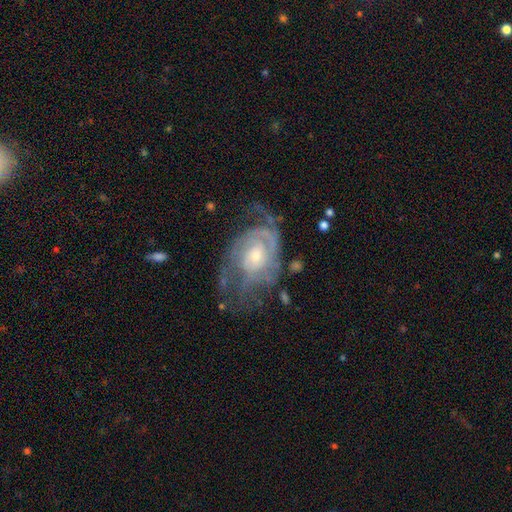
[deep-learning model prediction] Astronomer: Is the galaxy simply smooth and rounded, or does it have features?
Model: featured or disk — 83%.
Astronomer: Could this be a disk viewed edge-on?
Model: no — 96%.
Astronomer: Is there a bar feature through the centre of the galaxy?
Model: no — 68%.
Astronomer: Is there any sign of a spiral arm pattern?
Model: yes — 87%.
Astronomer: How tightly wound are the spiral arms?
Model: tight — 57%.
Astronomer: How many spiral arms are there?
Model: can't tell — 43% (runner-up: 2, 28%).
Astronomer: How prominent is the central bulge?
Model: small — 51% (runner-up: moderate, 43%).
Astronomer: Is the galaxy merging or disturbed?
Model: none — 47% (runner-up: major disturbance, 27%).